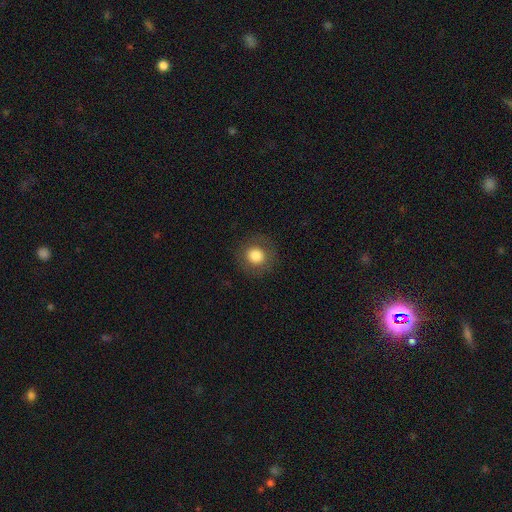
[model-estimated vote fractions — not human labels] Morphology: type=smooth (80%); roundness=round (91%); merging=none (87%).